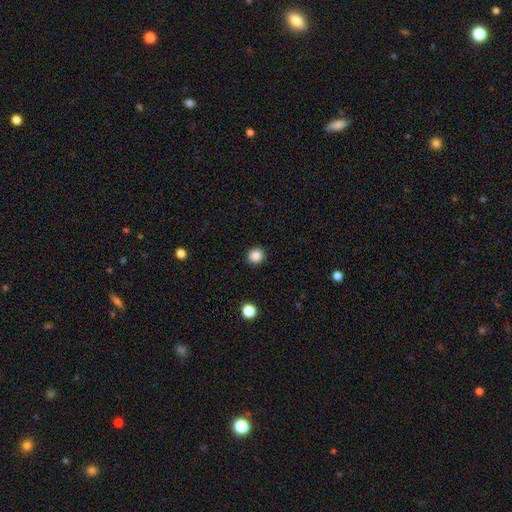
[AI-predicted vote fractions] The model was most divided on "smooth or featured": smooth: 87%, star or artifact: 11%, featured or disk: 3%. More confident: merging — none (92%); how rounded — round (92%).